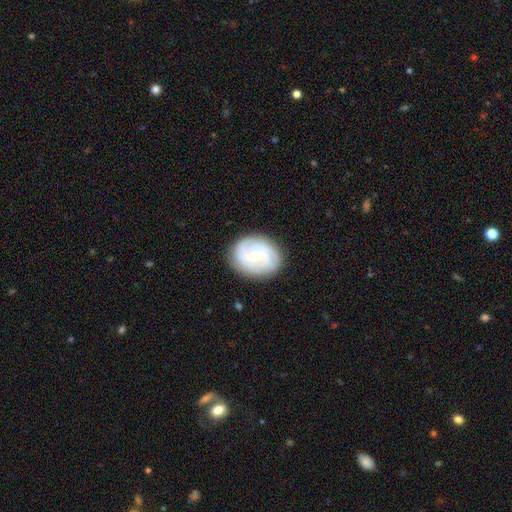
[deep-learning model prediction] smooth-or-featured: featured or disk: 73% | smooth: 20% | star or artifact: 6%
  disk-edge-on: no: 97% | yes: 3%
    bar: weak: 53% | no: 24% | strong: 23%
    has-spiral-arms: yes: 86% | no: 14%
      spiral-winding: tight: 57% | medium: 32% | loose: 11%
      spiral-arm-count: 2: 53% | can't tell: 26% | 3: 11% | 4: 4% | 1: 3% | more than 4: 3%
    bulge-size: small: 48% | moderate: 47% | large: 2% | none: 1% | dominant: 1%
  merging: none: 84% | minor disturbance: 12% | major disturbance: 3% | merger: 1%